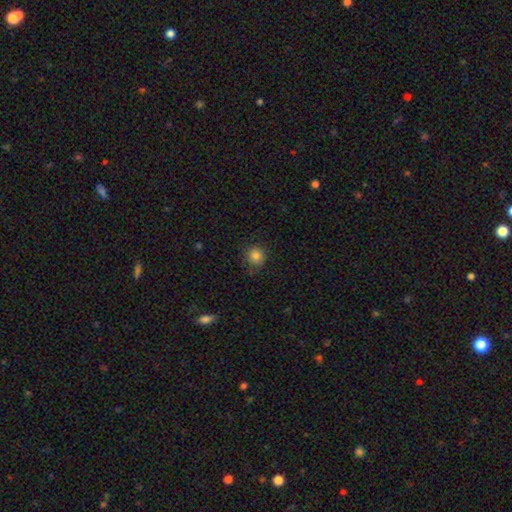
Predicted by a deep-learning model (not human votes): Q: Smooth or featured?
A: smooth (83%); runner-up: star or artifact (12%)
Q: How rounded?
A: round (89%); runner-up: in between (10%)
Q: Merging?
A: none (82%); runner-up: minor disturbance (14%)